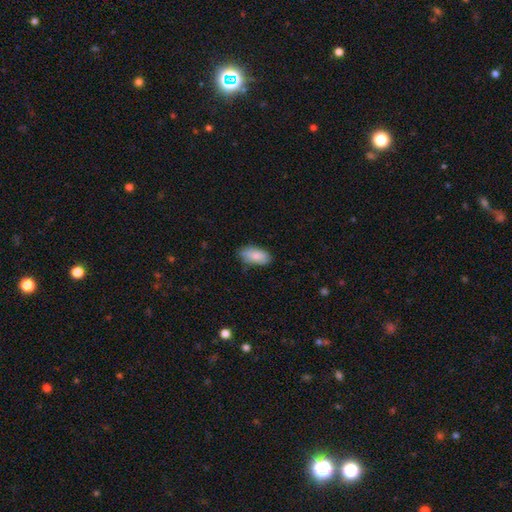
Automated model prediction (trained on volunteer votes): Smooth or featured?
  - smooth: 84% *
  - featured or disk: 10%
  - star or artifact: 6%
How rounded?
  - in between: 91% *
  - cigar-shaped: 6%
  - round: 2%
Merging?
  - none: 70% *
  - minor disturbance: 24%
  - major disturbance: 4%
  - merger: 2%